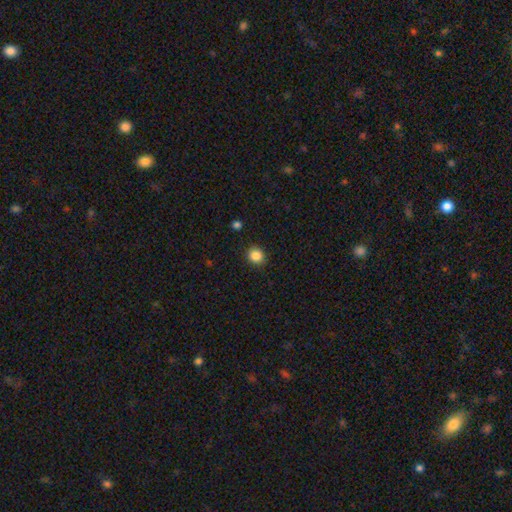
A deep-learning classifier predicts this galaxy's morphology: Smooth or featured?
  - smooth: 86% *
  - star or artifact: 10%
  - featured or disk: 4%
How rounded?
  - round: 85% *
  - in between: 14%
  - cigar-shaped: 1%
Merging?
  - none: 91% *
  - minor disturbance: 6%
  - major disturbance: 2%
  - merger: 1%